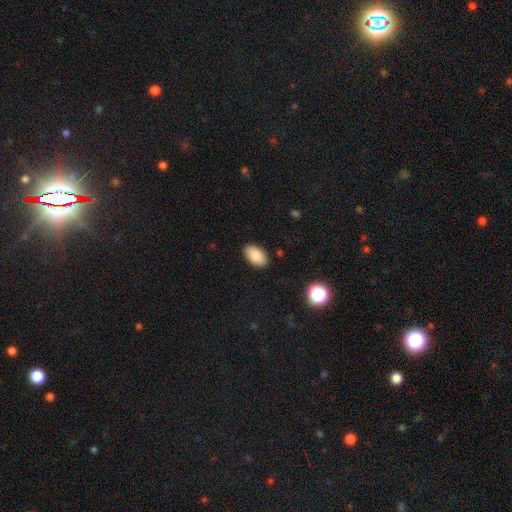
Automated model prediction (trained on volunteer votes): Morphology: type=smooth (87%); roundness=in between (94%); merging=none (88%).